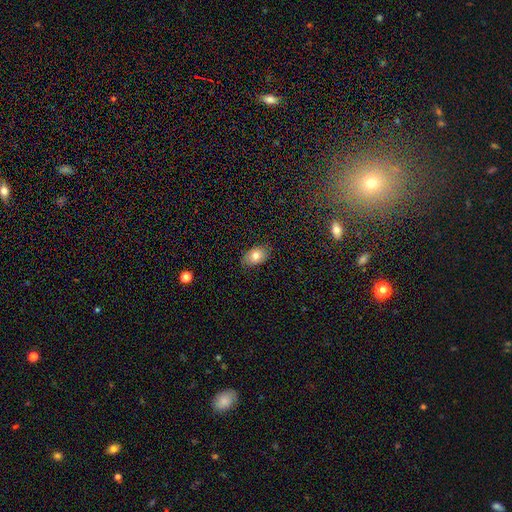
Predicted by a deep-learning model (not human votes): Overall: smooth (79%). How rounded: in between (86%). Merging: none (84%).